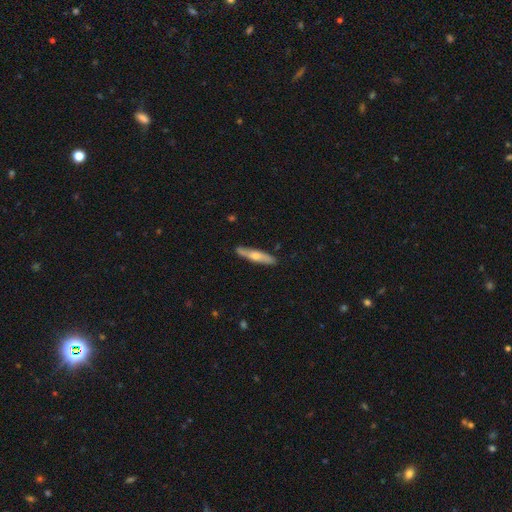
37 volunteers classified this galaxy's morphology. Volunteers were most divided on "smooth or featured": featured or disk: 70%, smooth: 27%, star or artifact: 3%. More confident: merging — none (94%); edge-on disk — yes (88%); edge-on bulge — rounded (87%).